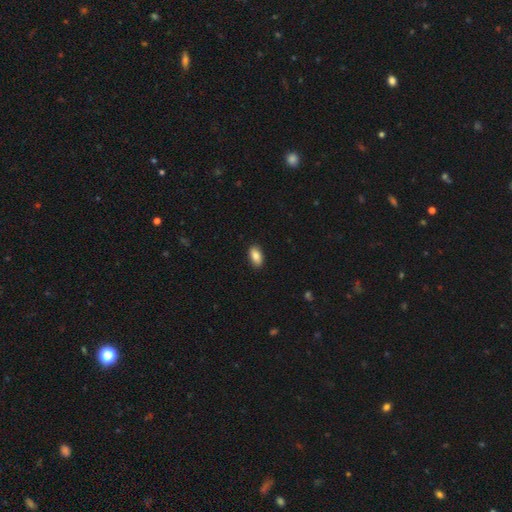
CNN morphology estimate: This appears to be a smooth galaxy with no disk features (85%) that is in between round and cigar-shaped (92%). Merging: none (89%).